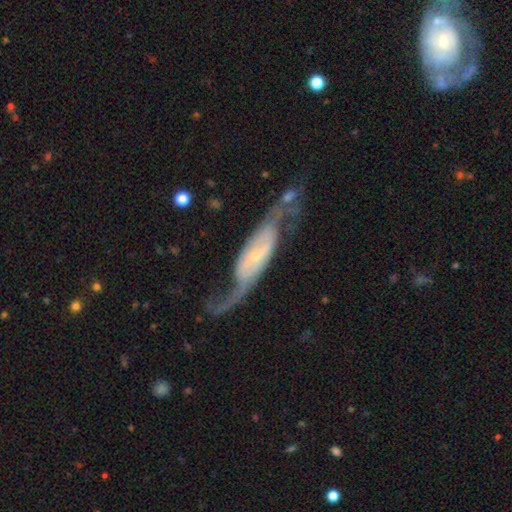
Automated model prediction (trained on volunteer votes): Smooth or featured? featured or disk (82%)
Edge-on disk? no (84%)
Bar? no (50%)
Spiral arms? yes (91%)
Spiral winding? loose (62%)
Spiral arm count? 2 (86%)
Bulge size? small (76%)
Merging? none (48%)